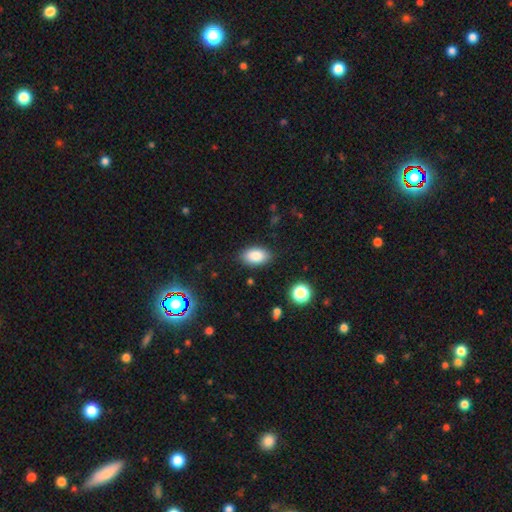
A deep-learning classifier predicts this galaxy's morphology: Q: Smooth or featured?
A: smooth (85%); runner-up: star or artifact (8%)
Q: How rounded?
A: in between (92%); runner-up: round (6%)
Q: Merging?
A: none (86%); runner-up: minor disturbance (10%)